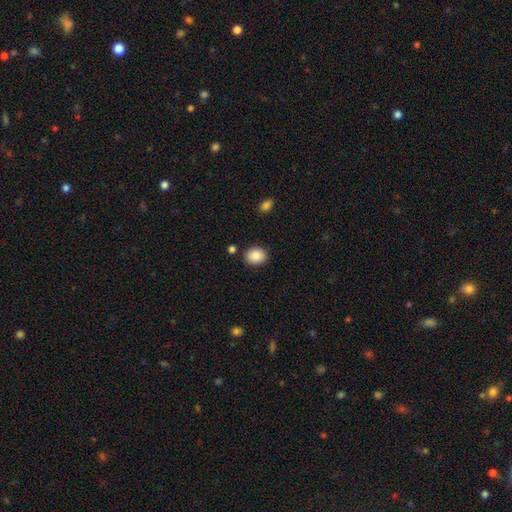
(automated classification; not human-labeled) smooth_or_featured: smooth (p=0.87) [alt: star or artifact p=0.08]
how_rounded: in between (p=0.55) [alt: round p=0.44]
merging: none (p=0.86) [alt: minor disturbance p=0.08]